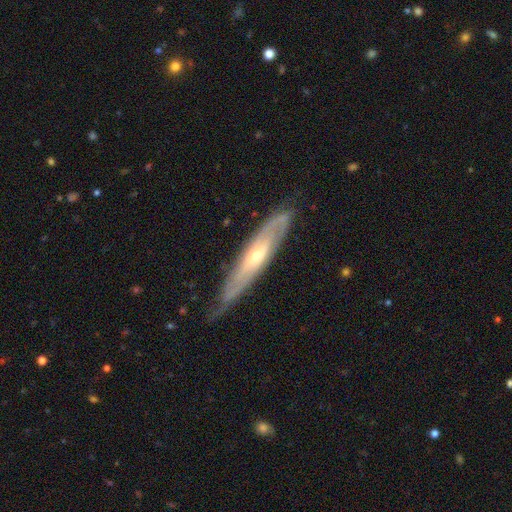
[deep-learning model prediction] This appears to be a featured or disk galaxy (75%). Merging: none (69%).